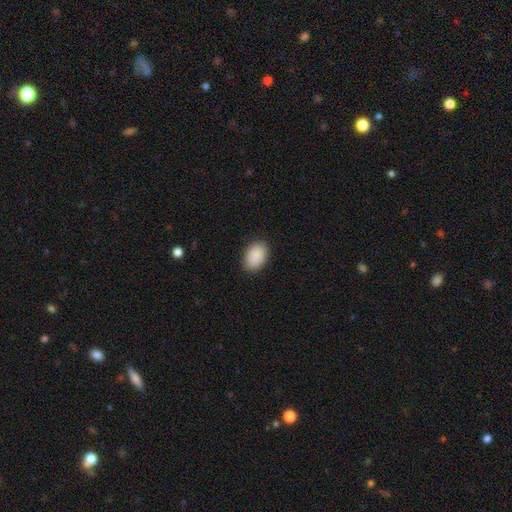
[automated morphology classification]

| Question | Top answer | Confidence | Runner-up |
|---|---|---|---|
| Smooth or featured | smooth | 90% | star or artifact (6%) |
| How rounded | in between | 82% | round (17%) |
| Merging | none | 89% | minor disturbance (8%) |